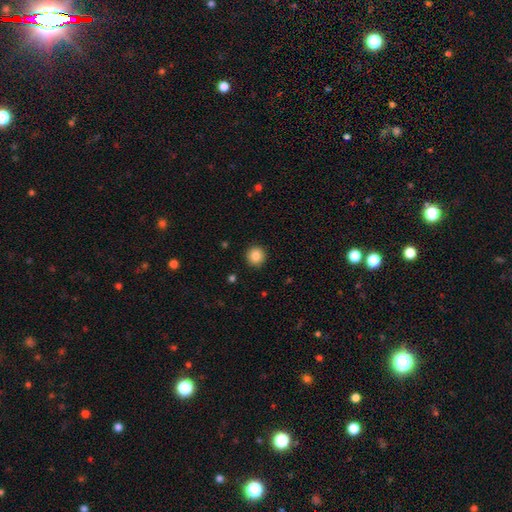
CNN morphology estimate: The model was most divided on "smooth or featured": smooth: 86%, star or artifact: 9%, featured or disk: 5%. More confident: how rounded — round (94%); merging — none (92%).